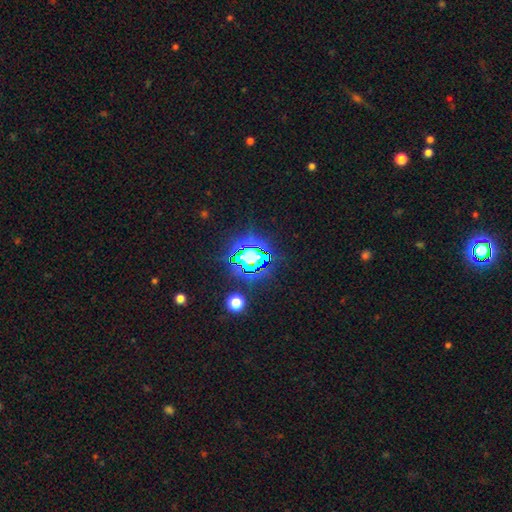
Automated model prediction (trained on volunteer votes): Smooth or featured? star or artifact (68%)